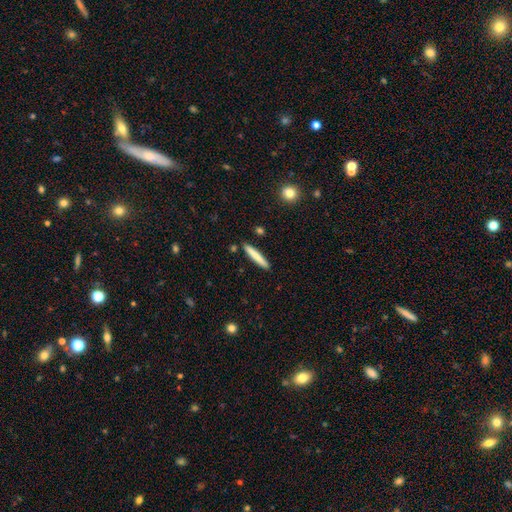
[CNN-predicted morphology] Smooth or featured?
  - smooth: 78% *
  - featured or disk: 17%
  - star or artifact: 6%
How rounded?
  - cigar-shaped: 94% *
  - in between: 5%
  - round: 1%
Merging?
  - none: 89% *
  - minor disturbance: 7%
  - merger: 2%
  - major disturbance: 2%